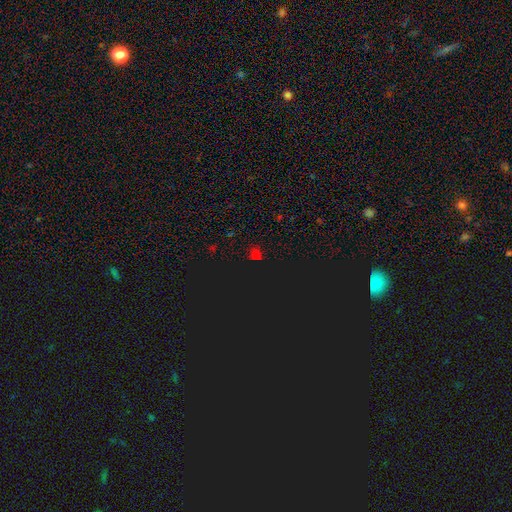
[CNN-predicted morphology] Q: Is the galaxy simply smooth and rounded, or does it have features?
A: star or artifact — 64%.